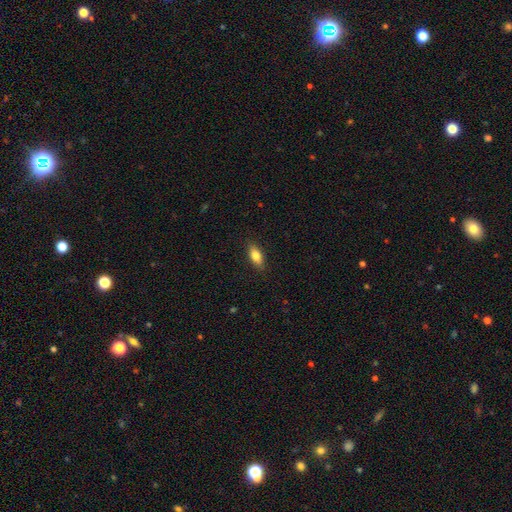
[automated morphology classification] Overall: smooth (80%). How rounded: in between (78%). Merging: none (87%).